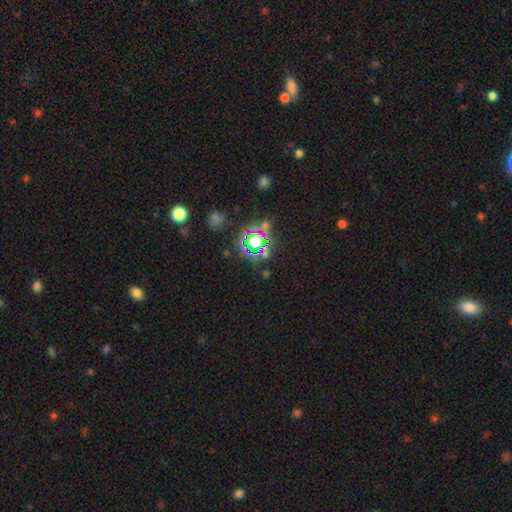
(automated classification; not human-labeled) Morphology: type=star or artifact (68%).